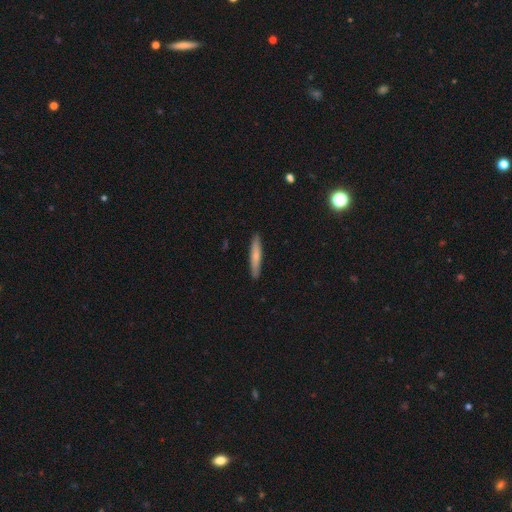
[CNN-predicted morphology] A smooth galaxy with no disk features (69%) that is cigar-shaped (92%).

Vote fractions:
- Smooth or featured? smooth: 69% / featured or disk: 25% / star or artifact: 6%
- How rounded? cigar-shaped: 92% / in between: 7% / round: 1%
- Merging? none: 90% / minor disturbance: 7% / major disturbance: 1% / merger: 1%